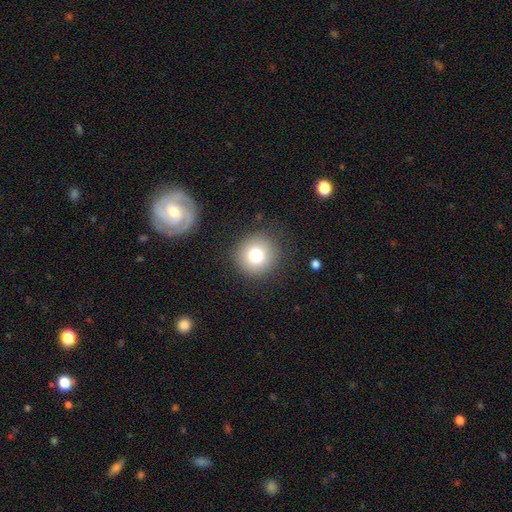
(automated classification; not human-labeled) smooth_or_featured: smooth (p=0.77) [alt: featured or disk p=0.12]
how_rounded: round (p=0.94) [alt: in between p=0.05]
merging: none (p=0.88) [alt: minor disturbance p=0.08]